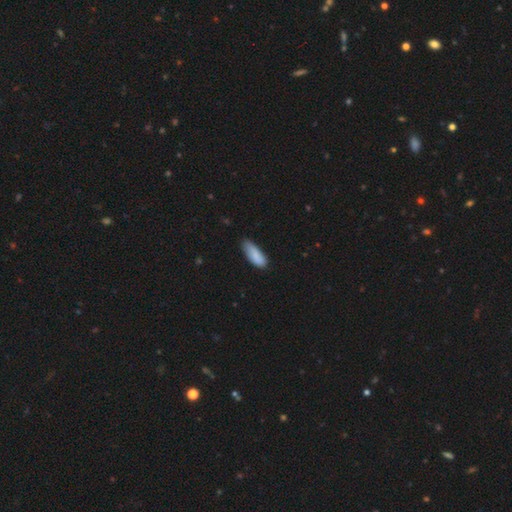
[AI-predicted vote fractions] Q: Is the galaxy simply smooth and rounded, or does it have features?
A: smooth — 86%.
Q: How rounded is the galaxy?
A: in between — 72%.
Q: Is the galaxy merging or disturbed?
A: none — 63%.